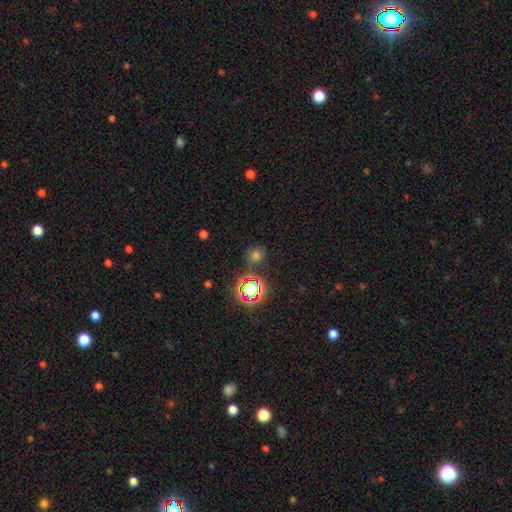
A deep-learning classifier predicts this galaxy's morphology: Overall: smooth (58%; star or artifact 35%). How rounded: round (82%). Merging: none (78%).